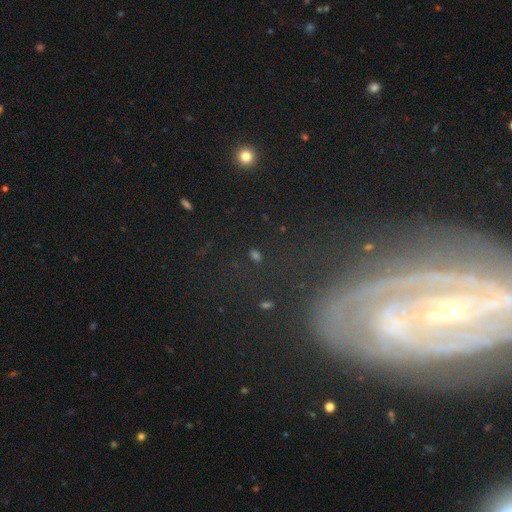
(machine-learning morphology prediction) The model was most divided on "smooth or featured" (2-way tie): smooth: 44%, star or artifact: 44%, featured or disk: 12%. More confident: merging — none (77%).